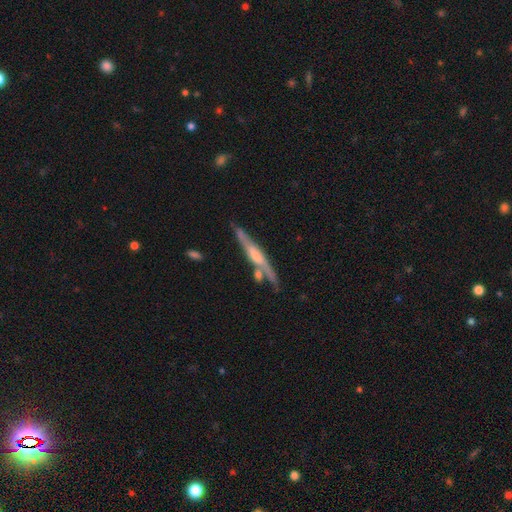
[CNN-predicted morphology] featured or disk 70%, smooth 24%, star or artifact 6%. Down the decision tree: edge-on disk — yes (89%); edge-on bulge — rounded (57%); merging — none (63%).